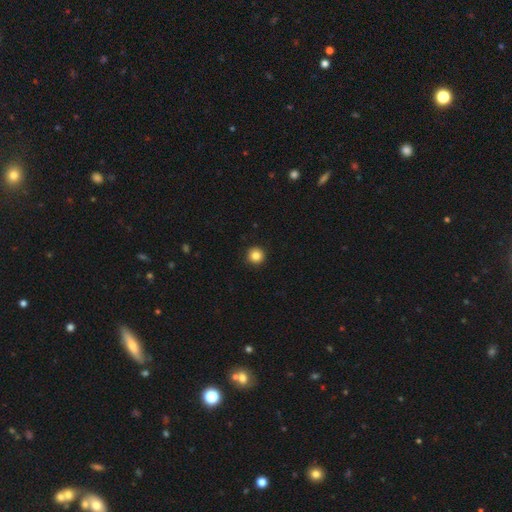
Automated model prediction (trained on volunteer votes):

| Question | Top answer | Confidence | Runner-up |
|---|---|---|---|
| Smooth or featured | smooth | 85% | star or artifact (10%) |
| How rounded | round | 96% | in between (3%) |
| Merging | none | 93% | minor disturbance (5%) |